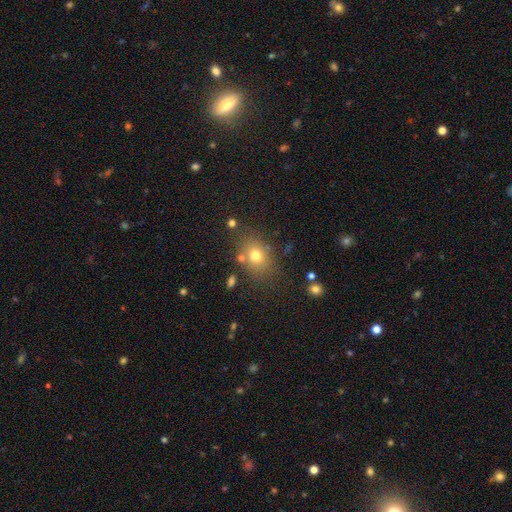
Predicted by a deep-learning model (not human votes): A smooth galaxy with no disk features (72%) that is in between round and cigar-shaped (57%).

Vote fractions:
- Smooth or featured? smooth: 72% / star or artifact: 15% / featured or disk: 13%
- How rounded? in between: 57% / round: 42% / cigar-shaped: 1%
- Merging? none: 75% / minor disturbance: 13% / merger: 7% / major disturbance: 5%